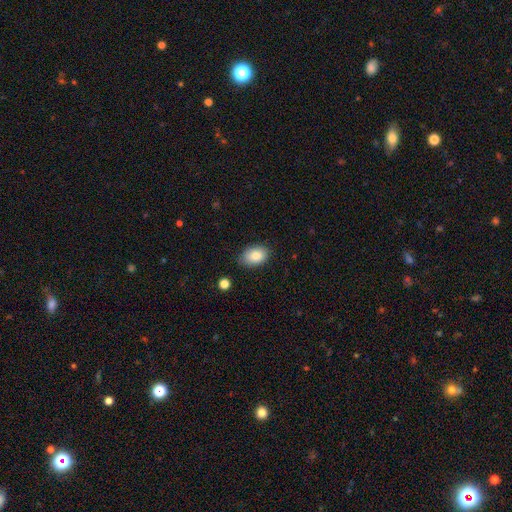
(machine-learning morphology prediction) smooth 84%, featured or disk 9%, star or artifact 8%. Down the decision tree: how rounded — in between (83%); merging — none (80%).